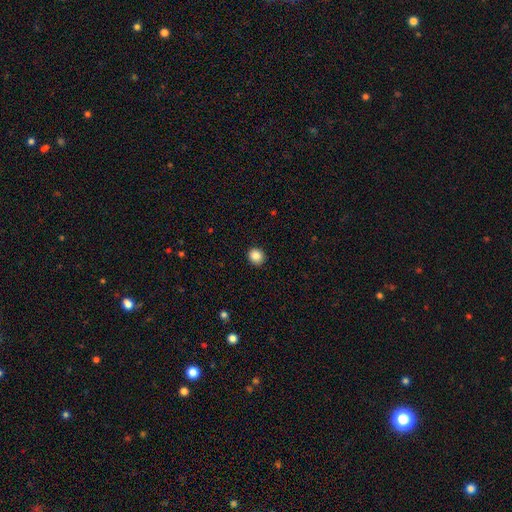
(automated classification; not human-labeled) Smooth or featured? Predicted: smooth (p=0.87). How rounded? Predicted: round (p=0.87). Merging? Predicted: none (p=0.91).